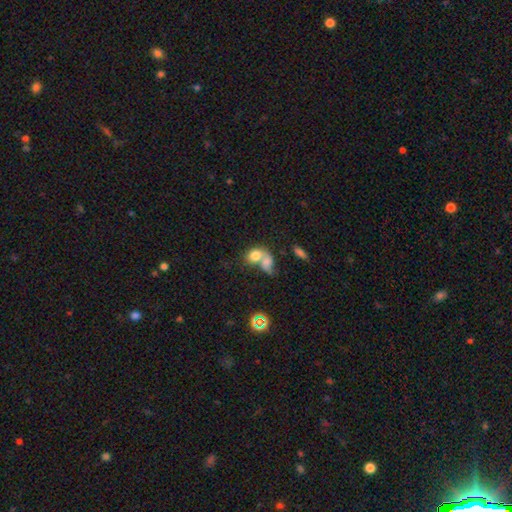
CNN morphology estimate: Overall: smooth (71%). How rounded: in between (62%; round 36%). Merging: merger (66%).